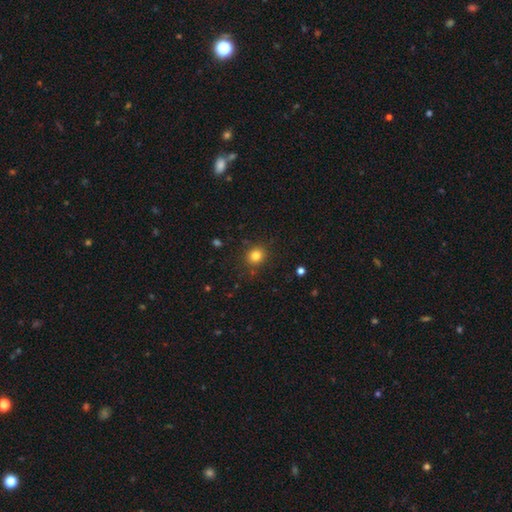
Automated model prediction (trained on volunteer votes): A smooth galaxy with no disk features (81%) that is round (84%).

Vote fractions:
- Smooth or featured? smooth: 81% / star or artifact: 13% / featured or disk: 6%
- How rounded? round: 84% / in between: 15% / cigar-shaped: 1%
- Merging? none: 87% / minor disturbance: 8% / major disturbance: 3% / merger: 2%